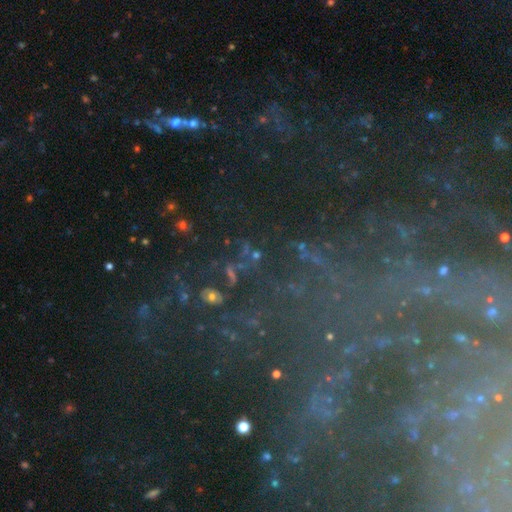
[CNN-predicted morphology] smooth_or_featured: star or artifact (p=0.64) [alt: smooth p=0.21]